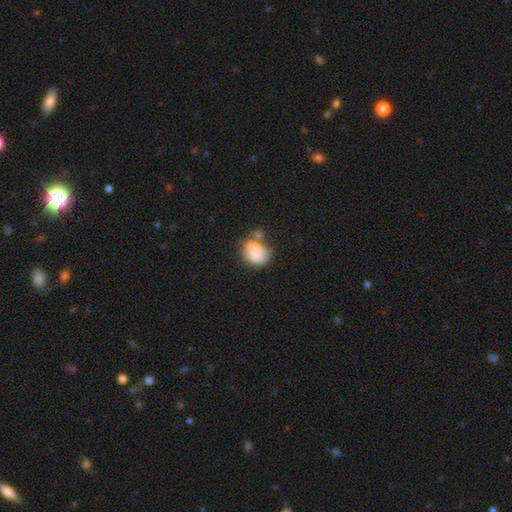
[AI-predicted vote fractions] The model was most divided on "merging": merger: 42%, none: 30%, minor disturbance: 18%, major disturbance: 9%. More confident: smooth or featured — smooth (72%); how rounded — in between (58%).